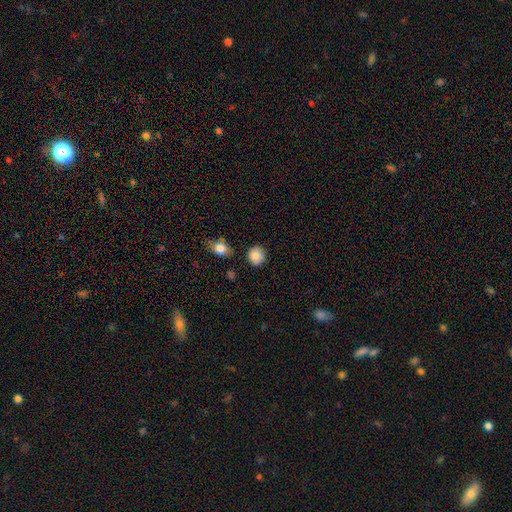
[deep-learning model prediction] This is clearly a smooth galaxy (87%). How rounded: clearly round (83%). Merging: clearly none (82%).